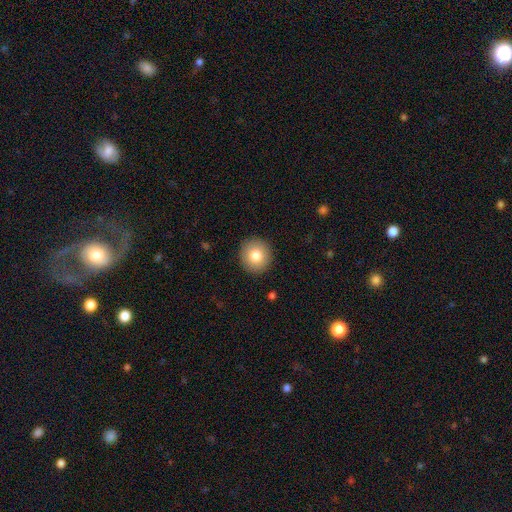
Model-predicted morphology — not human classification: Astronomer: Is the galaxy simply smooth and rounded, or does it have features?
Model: smooth — 80%.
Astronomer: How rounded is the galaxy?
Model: round — 93%.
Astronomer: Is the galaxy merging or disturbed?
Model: none — 92%.